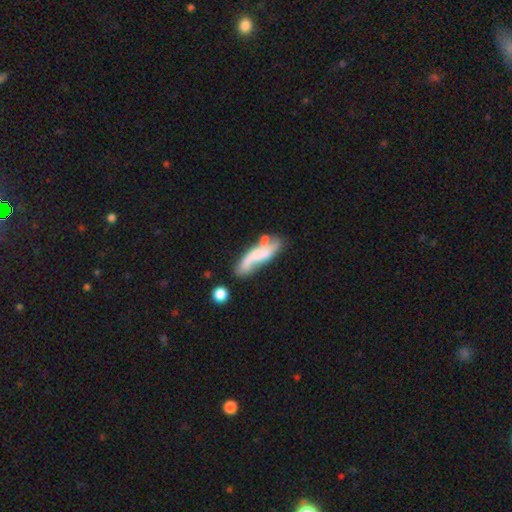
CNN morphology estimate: smooth-or-featured: featured or disk: 54% | smooth: 39% | star or artifact: 7%
  disk-edge-on: no: 80% | yes: 20%
  merging: none: 40% | minor disturbance: 23% | merger: 20% | major disturbance: 16%